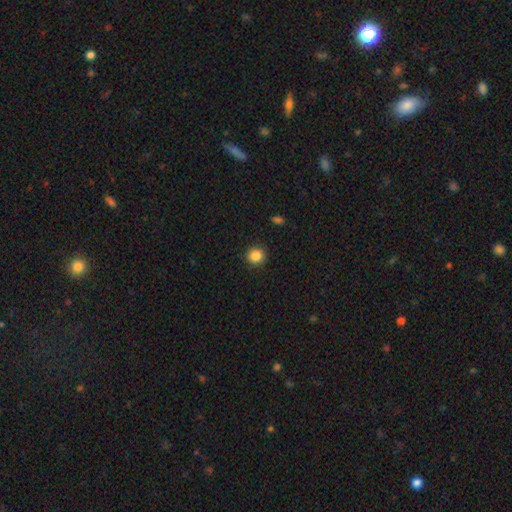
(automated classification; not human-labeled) Morphology: type=smooth (86%); roundness=round (91%); merging=none (91%).